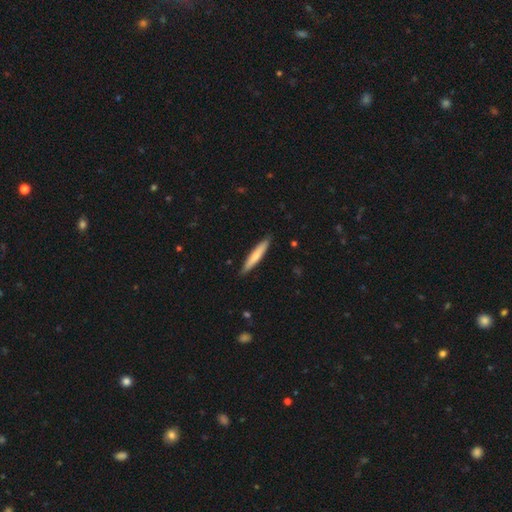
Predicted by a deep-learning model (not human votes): smooth 69%, featured or disk 25%, star or artifact 5%. Down the decision tree: how rounded — cigar-shaped (92%); merging — none (88%).